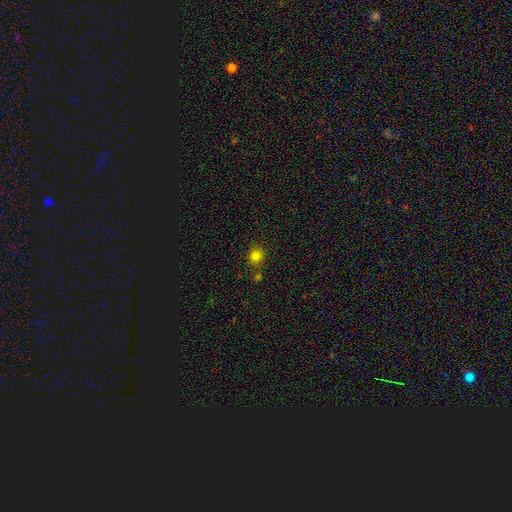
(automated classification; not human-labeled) Morphology: type=smooth (78%); roundness=round (84%); merging=none (79%).